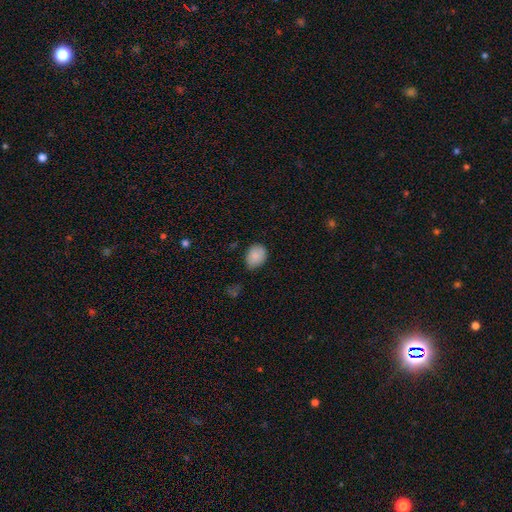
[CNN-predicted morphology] A smooth galaxy with no disk features (86%) that is in between round and cigar-shaped (55%). Merging: none (65%).